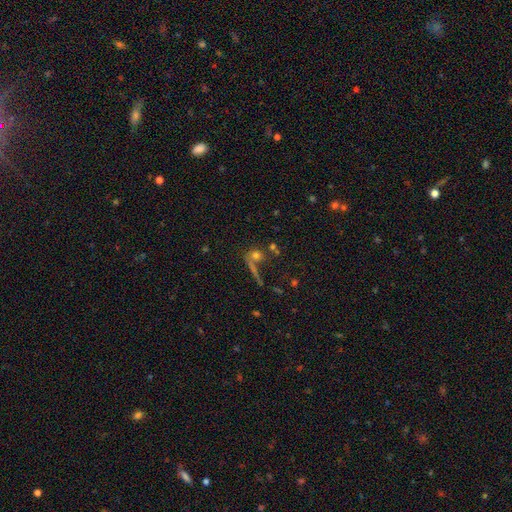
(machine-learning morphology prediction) Overall: smooth (63%). How rounded: round (75%). Merging: none (53%; merger 26%).